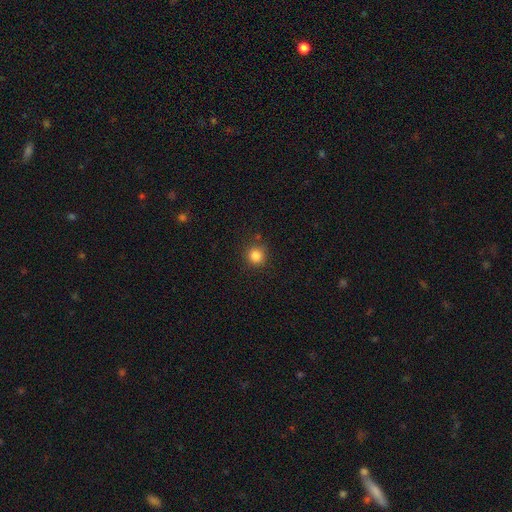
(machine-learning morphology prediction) A smooth galaxy with no disk features (84%) that is round (92%). Merging: none (86%).